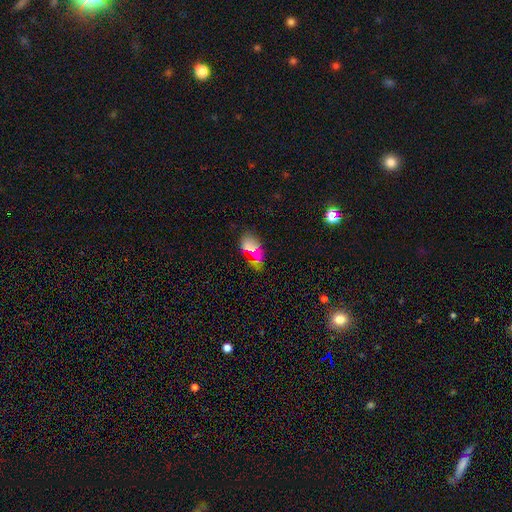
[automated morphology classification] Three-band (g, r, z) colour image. It shows a smooth galaxy with no disk features (60%) that is in between round and cigar-shaped (89%). Merging: none (73%).